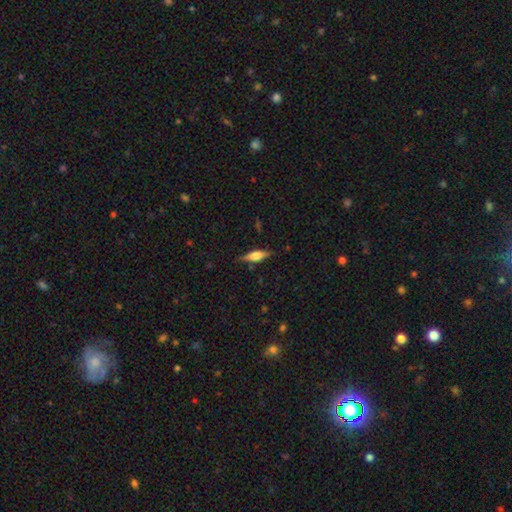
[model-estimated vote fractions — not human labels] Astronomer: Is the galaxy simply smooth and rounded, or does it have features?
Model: smooth — 49% (runner-up: featured or disk, 44%).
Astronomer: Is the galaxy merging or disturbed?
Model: none — 83%.